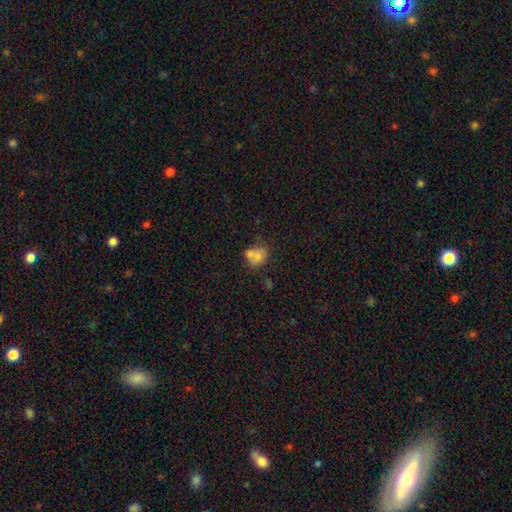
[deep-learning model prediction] Smooth or featured: smooth — 72% (featured or disk — 17%)
How rounded: round — 51% (in between — 47%)
Merging: merger — 45% (none — 37%)